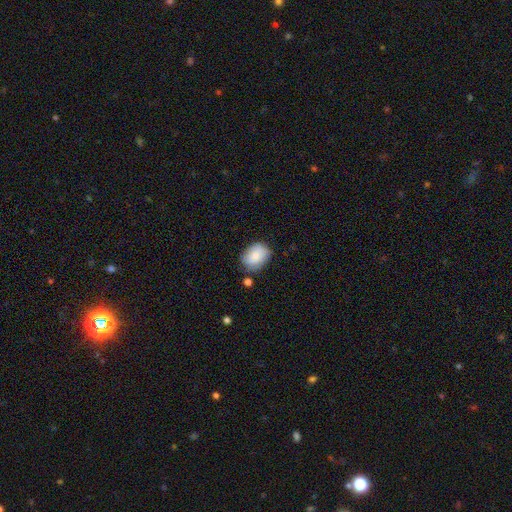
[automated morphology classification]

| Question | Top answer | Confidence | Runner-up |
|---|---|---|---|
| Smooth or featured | smooth | 83% | featured or disk (10%) |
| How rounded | in between | 70% | round (29%) |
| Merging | none | 71% | minor disturbance (20%) |